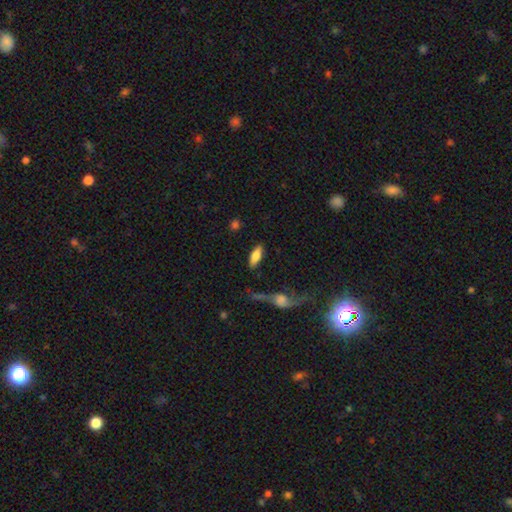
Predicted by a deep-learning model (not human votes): Smooth or featured?
  - smooth: 71% *
  - featured or disk: 23%
  - star or artifact: 6%
How rounded?
  - in between: 71% *
  - cigar-shaped: 26%
  - round: 3%
Merging?
  - none: 81% *
  - minor disturbance: 12%
  - major disturbance: 4%
  - merger: 3%